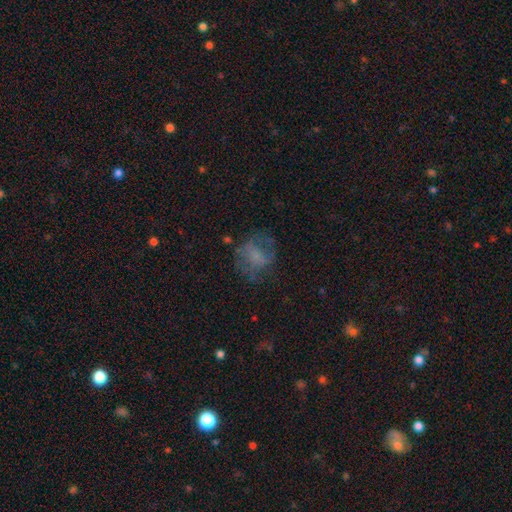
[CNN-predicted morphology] This appears to be a smooth galaxy with no disk features (46%). Merging: none (51%).